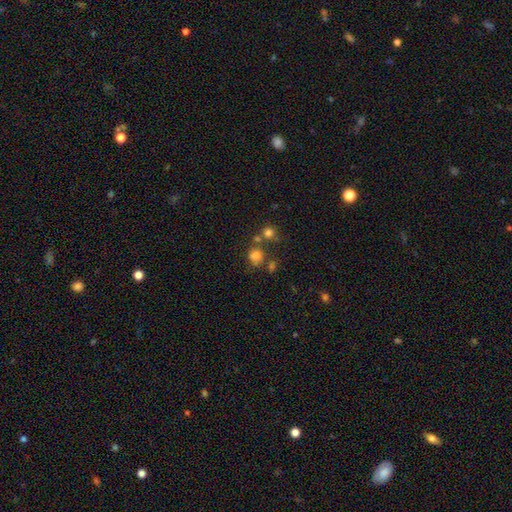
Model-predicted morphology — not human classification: The model was most divided on "merging": none: 55%, merger: 26%, minor disturbance: 12%, major disturbance: 7%. More confident: how rounded — round (79%); smooth or featured — smooth (71%).